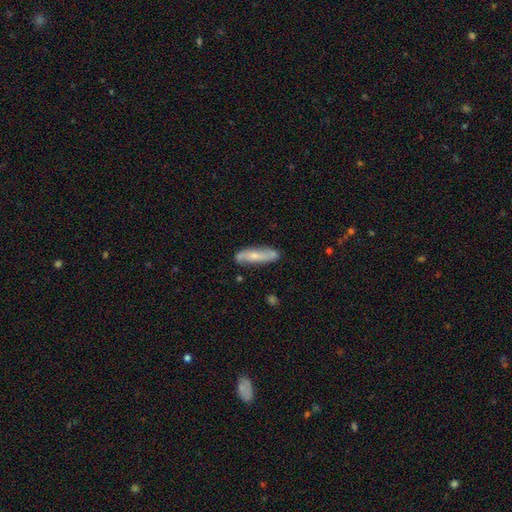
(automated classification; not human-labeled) smooth-or-featured: featured or disk: 51% | smooth: 43% | star or artifact: 6%
  disk-edge-on: no: 64% | yes: 36%
  merging: none: 79% | minor disturbance: 16% | major disturbance: 3% | merger: 2%